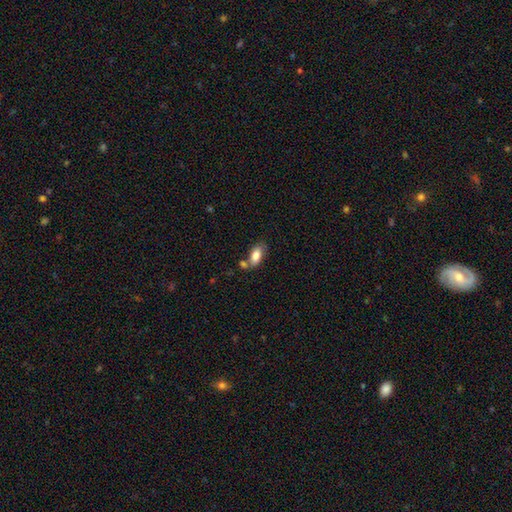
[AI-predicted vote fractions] Smooth or featured? smooth (82%)
How rounded? in between (90%)
Merging? none (56%)